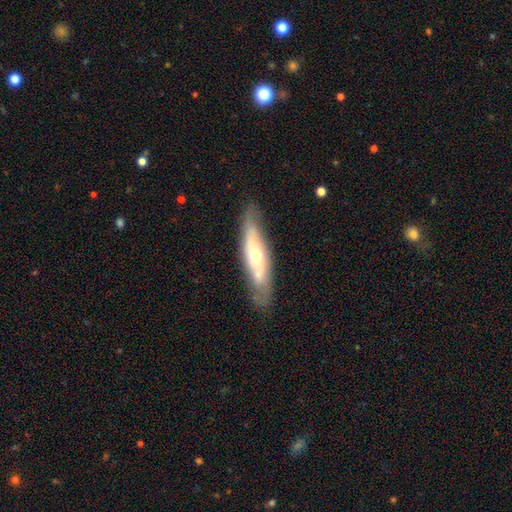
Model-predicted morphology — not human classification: A featured or disk galaxy (64%). Merging: none (76%).